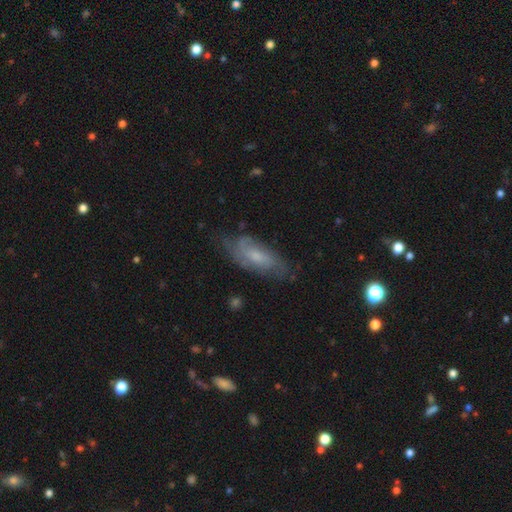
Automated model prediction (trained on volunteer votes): A featured or disk galaxy (52%). Merging: none (63%).